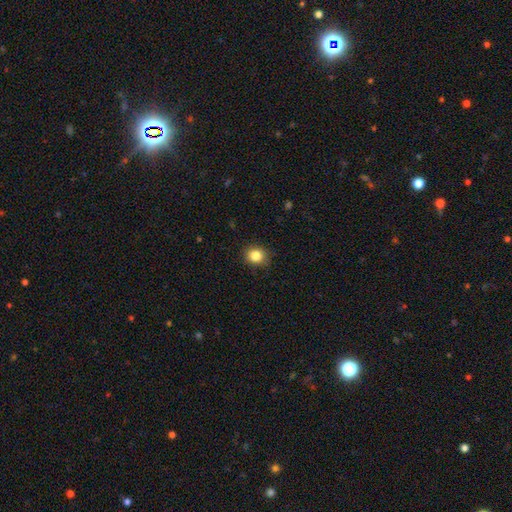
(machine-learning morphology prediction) The model was most divided on "how rounded": round: 79%, in between: 20%, cigar-shaped: 1%. More confident: merging — none (88%); smooth or featured — smooth (84%).